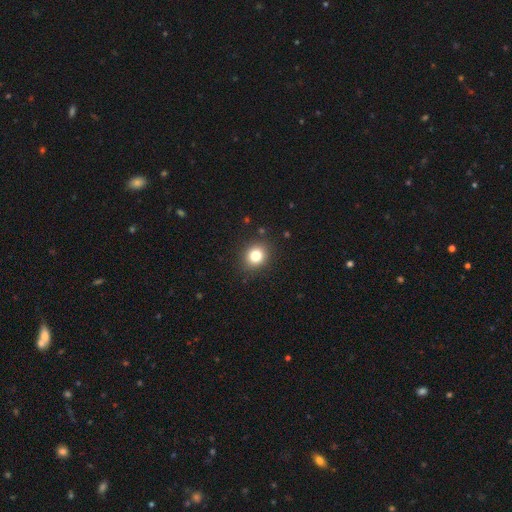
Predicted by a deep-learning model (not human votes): Smooth or featured? Predicted: smooth (p=0.80). How rounded? Predicted: round (p=0.79). Merging? Predicted: none (p=0.89).